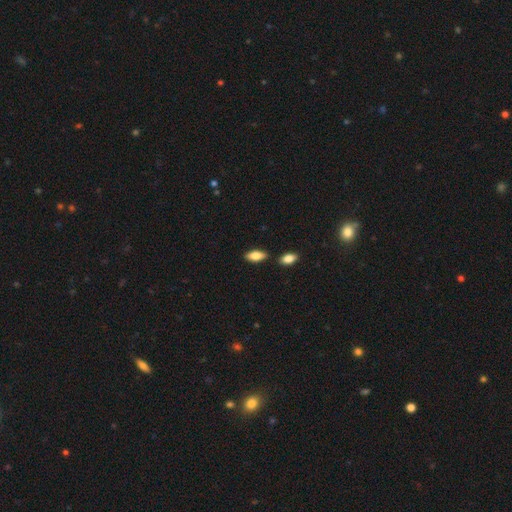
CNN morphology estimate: type=smooth (80%); roundness=in between (84%); merging=none (81%).